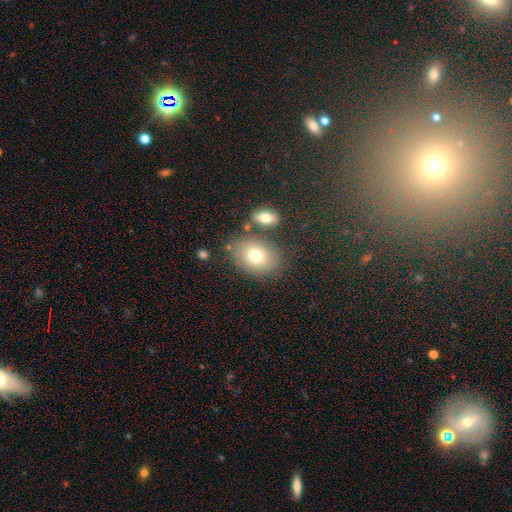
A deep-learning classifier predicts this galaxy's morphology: This is likely a smooth galaxy (75%). How rounded: likely in between (62%). Merging: likely none (73%).